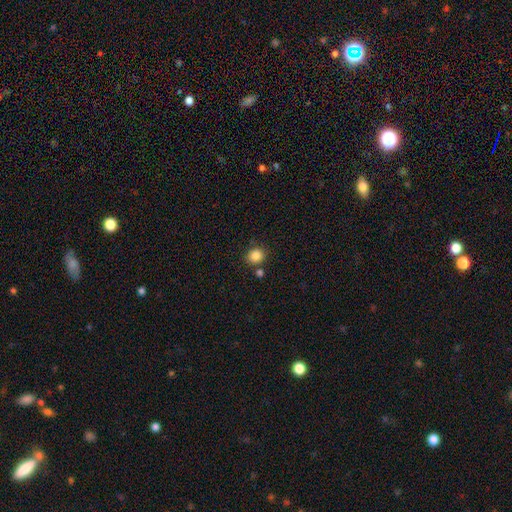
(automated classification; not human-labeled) smooth_or_featured: smooth (p=0.86) [alt: star or artifact p=0.10]
how_rounded: round (p=0.83) [alt: in between p=0.16]
merging: none (p=0.79) [alt: merger p=0.09]